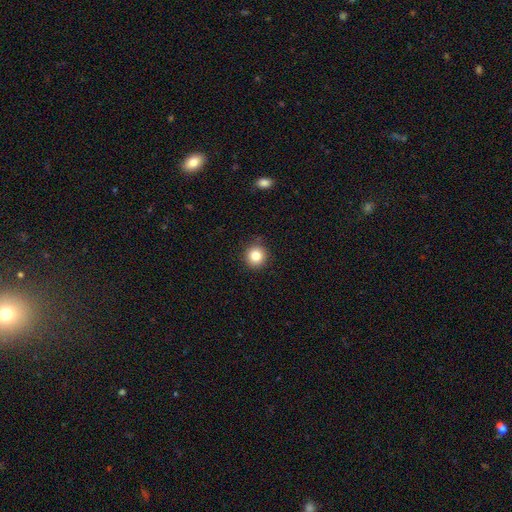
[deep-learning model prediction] Smooth or featured?
  - smooth: 83% *
  - star or artifact: 11%
  - featured or disk: 6%
How rounded?
  - round: 93% *
  - in between: 6%
  - cigar-shaped: 1%
Merging?
  - none: 88% *
  - minor disturbance: 8%
  - major disturbance: 2%
  - merger: 1%